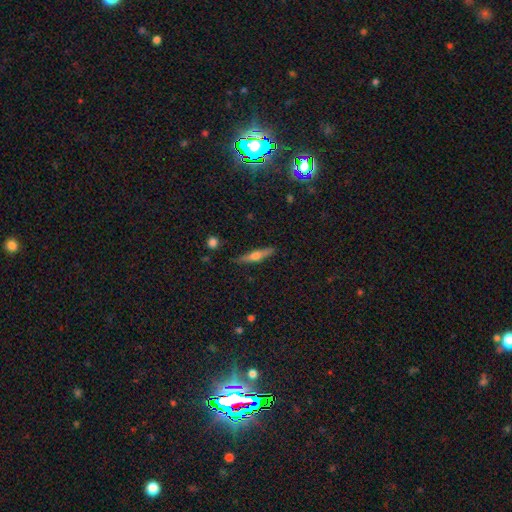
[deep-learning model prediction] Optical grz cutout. It shows a featured or disk galaxy (54%) viewed edge-on (95%) with a rounded central bulge (86%). Merging: none (85%).